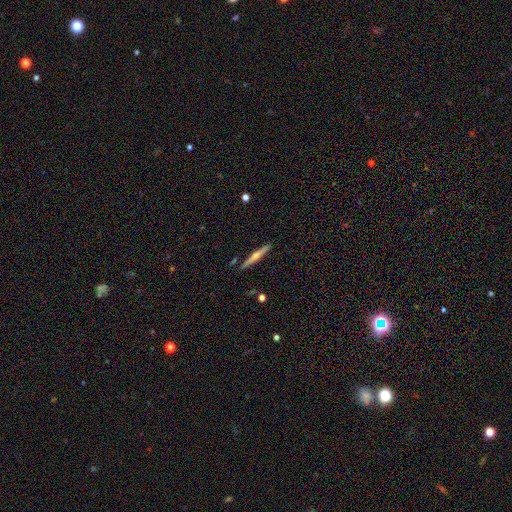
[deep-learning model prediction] This is likely a featured or disk galaxy (65%). It is clearly viewed edge-on (98%). Edge-on bulge: clearly rounded (82%). Merging: clearly none (90%).